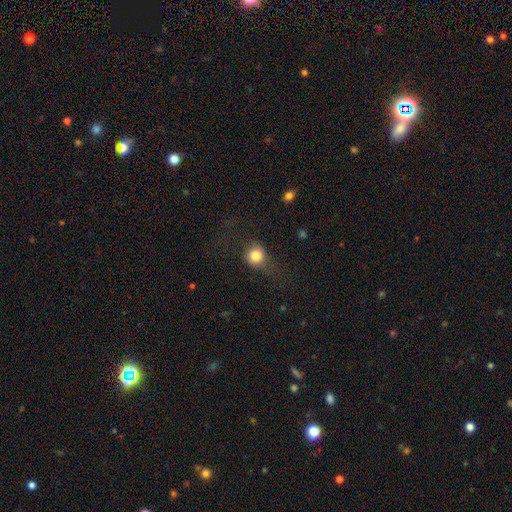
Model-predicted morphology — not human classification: A smooth galaxy with no disk features (78%) that is round (85%). Merging: none (63%).